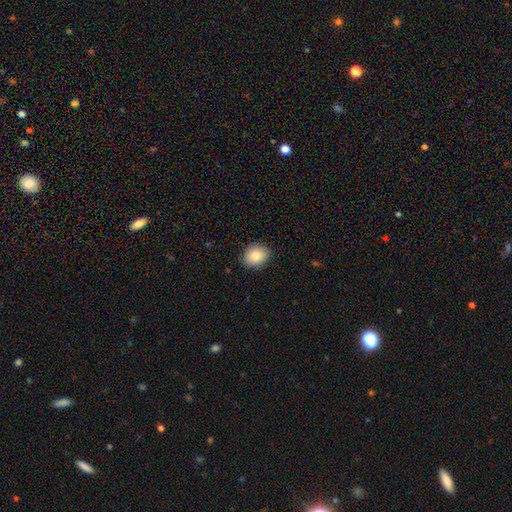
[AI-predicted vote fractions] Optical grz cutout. It shows a smooth galaxy with no disk features (85%) that is round (61%). Merging: none (87%).